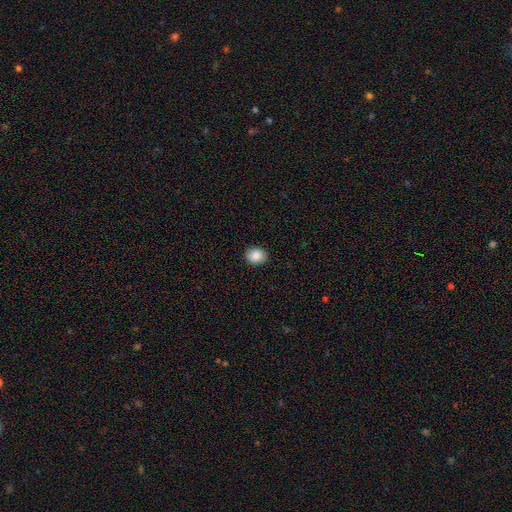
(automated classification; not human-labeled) Smooth or featured? smooth (88%)
How rounded? round (55%)
Merging? none (90%)